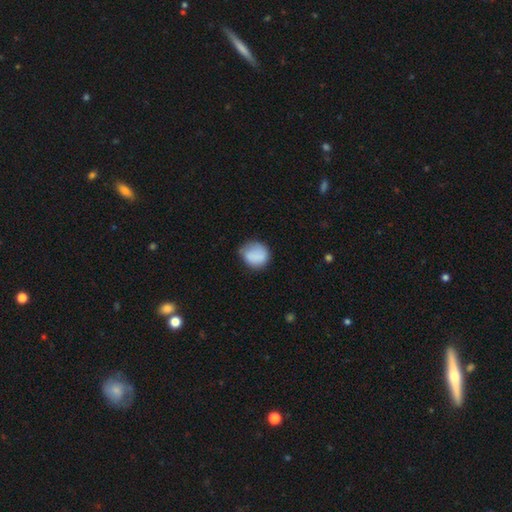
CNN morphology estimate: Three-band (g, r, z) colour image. It shows a smooth galaxy with no disk features (84%) that is round (75%). Merging: none (59%).